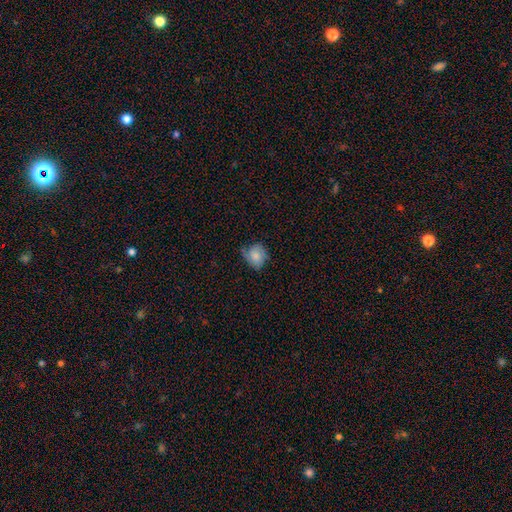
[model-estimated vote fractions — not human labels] Overall: smooth (68%). How rounded: round (69%; in between 30%). Merging: none (58%; minor disturbance 32%).